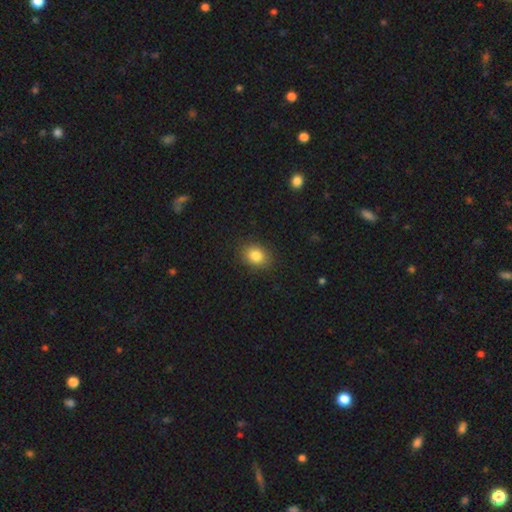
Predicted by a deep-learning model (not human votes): Smooth or featured? smooth (84%)
How rounded? in between (52%)
Merging? none (88%)